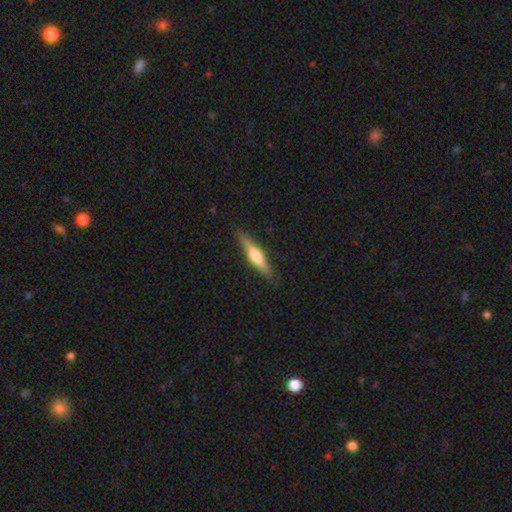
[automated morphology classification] Q: Smooth or featured?
A: featured or disk (55%); runner-up: smooth (39%)
Q: Edge-on disk?
A: yes (96%); runner-up: no (4%)
Q: Edge-on bulge?
A: rounded (89%); runner-up: boxy (7%)
Q: Merging?
A: none (88%); runner-up: minor disturbance (9%)